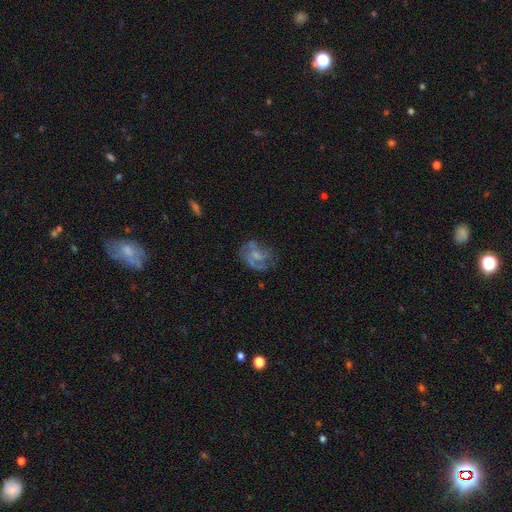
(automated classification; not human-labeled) The model was most divided on "bulge size" (2-way tie): small: 35%, none: 35%, moderate: 25%, large: 3%, dominant: 1%. Remaining: edge-on disk — no (98%); spiral arms — yes (86%); smooth or featured — featured or disk (74%); merging — none (58%); bar — no (57%); spiral winding — medium (48%); spiral arm count — 2 (36%).